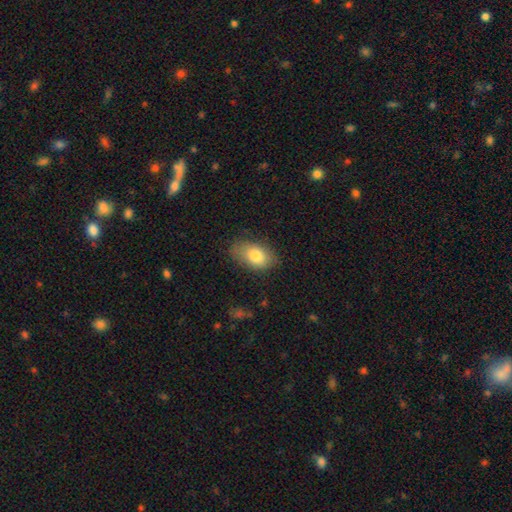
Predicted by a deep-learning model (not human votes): A smooth galaxy with no disk features (79%) that is in between round and cigar-shaped (88%). Merging: none (74%).